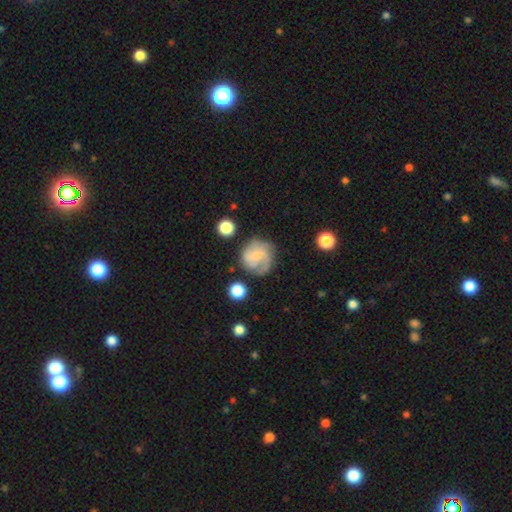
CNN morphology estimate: smooth-or-featured: featured or disk: 58% | smooth: 33% | star or artifact: 8%
  disk-edge-on: no: 98% | yes: 2%
    bar: no: 61% | weak: 33% | strong: 6%
    has-spiral-arms: yes: 85% | no: 15%
    bulge-size: small: 57% | none: 20% | moderate: 20% | large: 2% | dominant: 1%
  merging: none: 59% | minor disturbance: 21% | major disturbance: 16% | merger: 4%